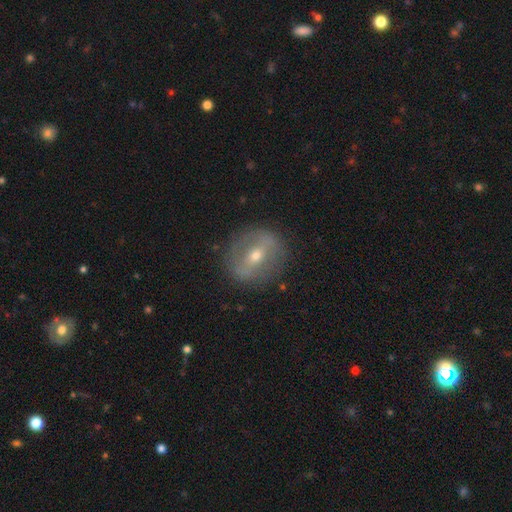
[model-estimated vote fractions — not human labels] Morphology: type=featured or disk (69%); edge-on=no (90%); bar=strong (50%); spiral arms=no (58%); bulge=moderate (54%); merging=none (83%).